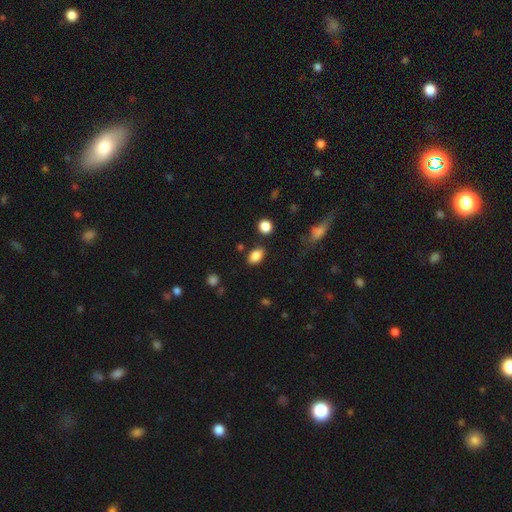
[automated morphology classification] smooth-or-featured: smooth: 85% | star or artifact: 9% | featured or disk: 6%
  how-rounded: in between: 88% | round: 10% | cigar-shaped: 2%
  merging: none: 81% | minor disturbance: 12% | merger: 4% | major disturbance: 3%